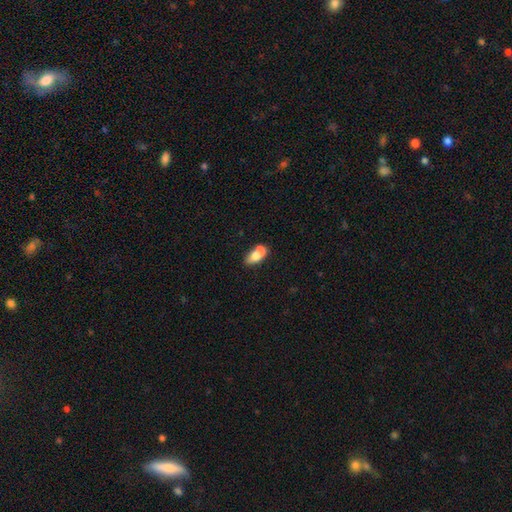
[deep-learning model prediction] The model was most divided on "merging": merger: 47%, none: 32%, minor disturbance: 15%, major disturbance: 6%. More confident: how rounded — in between (83%); smooth or featured — smooth (67%).